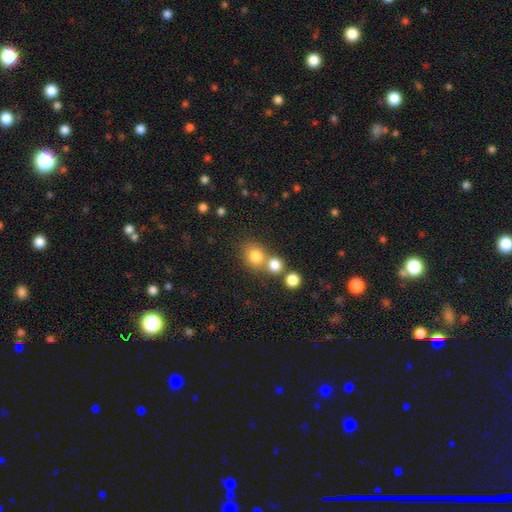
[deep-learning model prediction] A smooth galaxy with no disk features (79%) that is round (79%).

Vote fractions:
- Smooth or featured? smooth: 79% / star or artifact: 13% / featured or disk: 8%
- How rounded? round: 79% / in between: 20% / cigar-shaped: 1%
- Merging? none: 54% / merger: 34% / minor disturbance: 8% / major disturbance: 4%